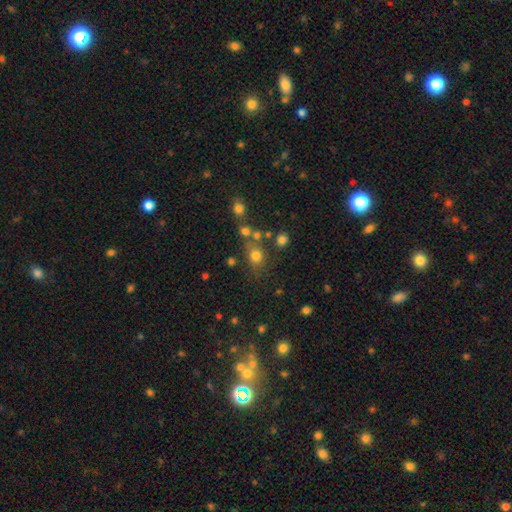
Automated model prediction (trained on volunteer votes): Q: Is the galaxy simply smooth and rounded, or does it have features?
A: smooth — 72%.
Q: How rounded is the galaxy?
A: round — 71%.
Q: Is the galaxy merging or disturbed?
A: none — 59%.